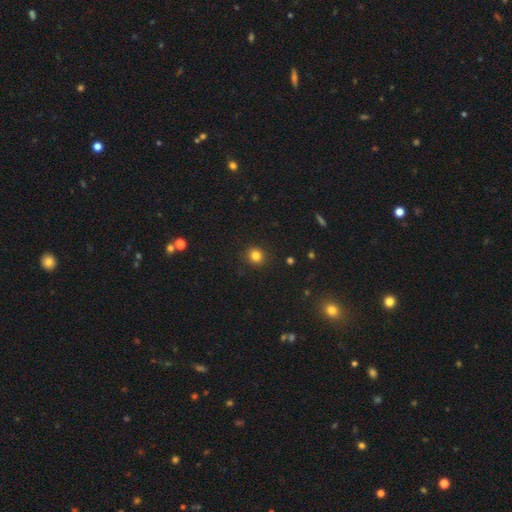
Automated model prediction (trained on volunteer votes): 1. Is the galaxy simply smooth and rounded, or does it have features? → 82% smooth, 13% star or artifact, 5% featured or disk.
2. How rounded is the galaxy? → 83% round, 16% in between, 1% cigar-shaped.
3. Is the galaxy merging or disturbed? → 90% none, 6% minor disturbance, 2% major disturbance, 1% merger.